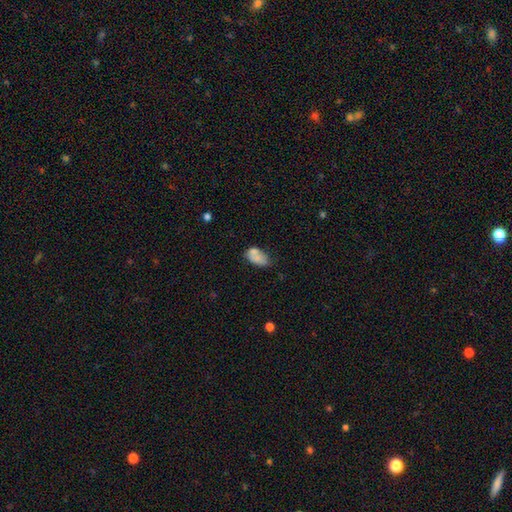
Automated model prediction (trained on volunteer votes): Smooth or featured? smooth (69%)
How rounded? in between (91%)
Merging? none (41%)